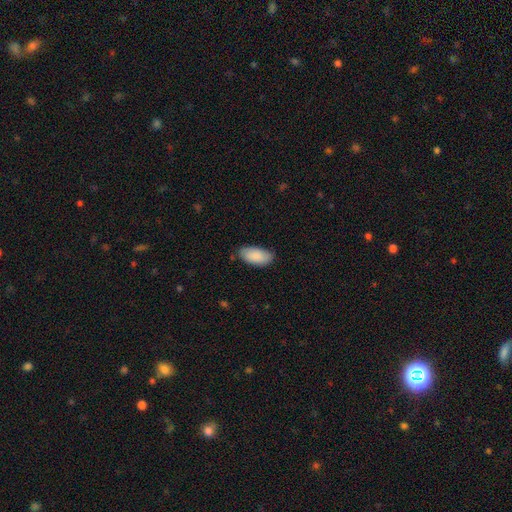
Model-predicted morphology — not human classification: This is clearly a smooth galaxy (88%). How rounded: clearly in between (93%). Merging: likely none (77%).